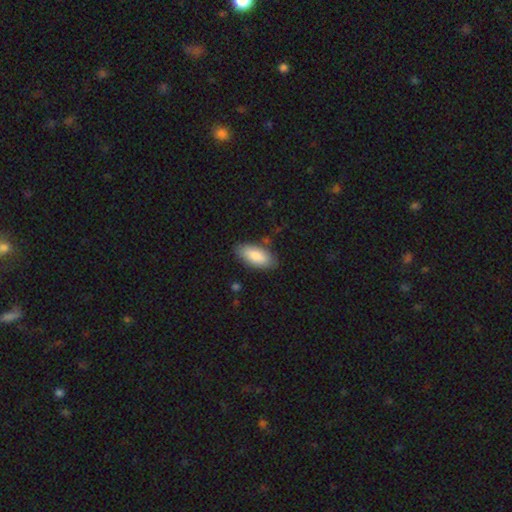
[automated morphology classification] This appears to be a smooth galaxy with no disk features (84%) that is in between round and cigar-shaped (89%). Merging: none (81%).